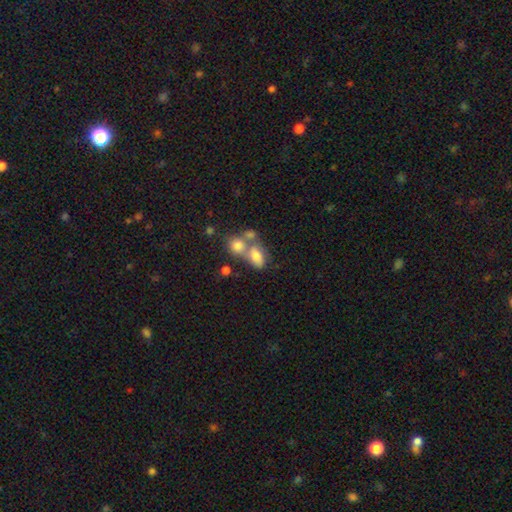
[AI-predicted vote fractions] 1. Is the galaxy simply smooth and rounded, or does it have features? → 73% smooth, 17% featured or disk, 11% star or artifact.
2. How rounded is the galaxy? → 80% in between, 17% round, 3% cigar-shaped.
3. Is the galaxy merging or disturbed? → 52% merger, 31% none, 11% minor disturbance, 6% major disturbance.